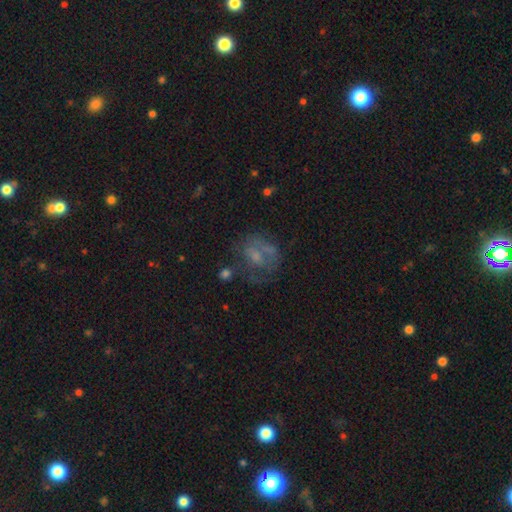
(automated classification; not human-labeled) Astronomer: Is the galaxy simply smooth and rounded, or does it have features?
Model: featured or disk — 47% (runner-up: smooth, 27%).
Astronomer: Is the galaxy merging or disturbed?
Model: none — 60%.